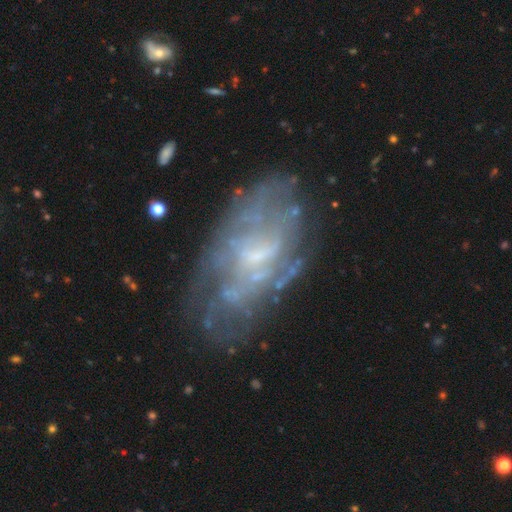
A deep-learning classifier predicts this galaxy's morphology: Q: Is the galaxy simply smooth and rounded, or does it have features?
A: featured or disk — 75%.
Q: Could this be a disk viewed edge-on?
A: no — 95%.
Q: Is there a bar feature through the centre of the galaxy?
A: no — 45%.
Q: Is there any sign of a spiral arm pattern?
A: yes — 62%.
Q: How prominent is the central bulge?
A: small — 52%.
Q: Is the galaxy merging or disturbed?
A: none — 61%.